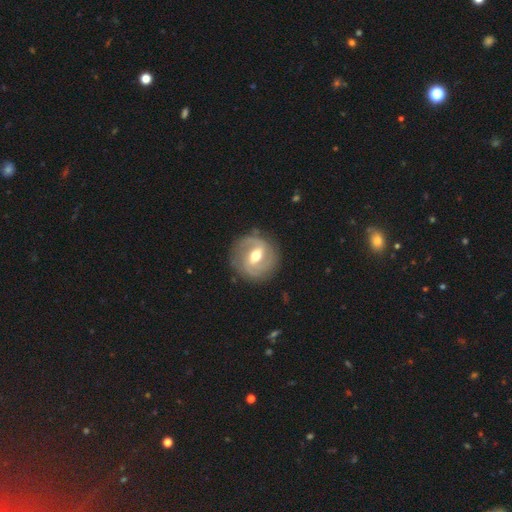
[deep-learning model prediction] featured or disk 81%, smooth 14%, star or artifact 5%. Down the decision tree: edge-on disk — no (96%); bar — weak (47%); spiral arms — yes (88%); spiral arm count — 2 (78%); spiral winding — tight (45%); bulge size — moderate (74%); merging — none (81%).